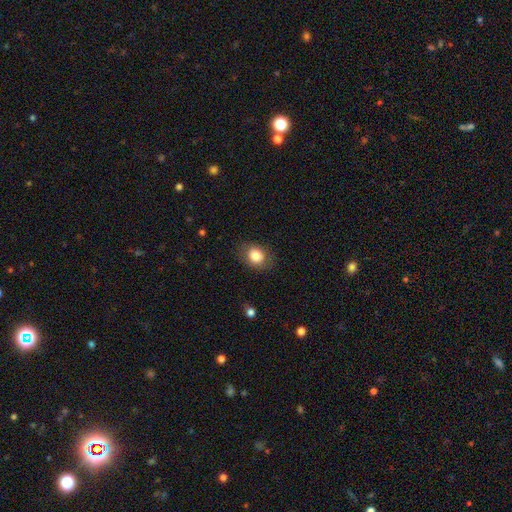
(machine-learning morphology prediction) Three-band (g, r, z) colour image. It shows a smooth galaxy with no disk features (82%) that is in between round and cigar-shaped (51%). Merging: none (79%).